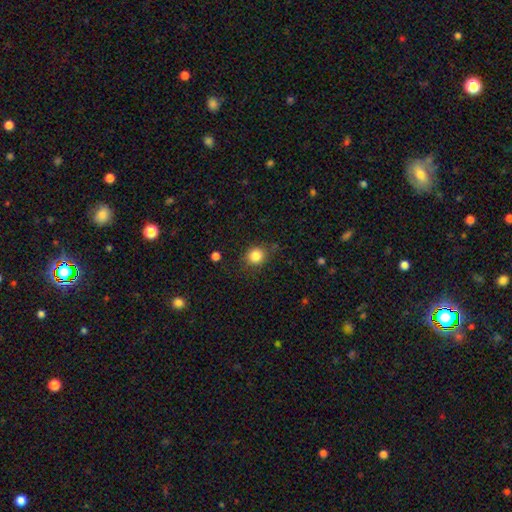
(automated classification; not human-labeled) smooth 84%, star or artifact 11%, featured or disk 5%. Down the decision tree: how rounded — round (83%); merging — none (81%).